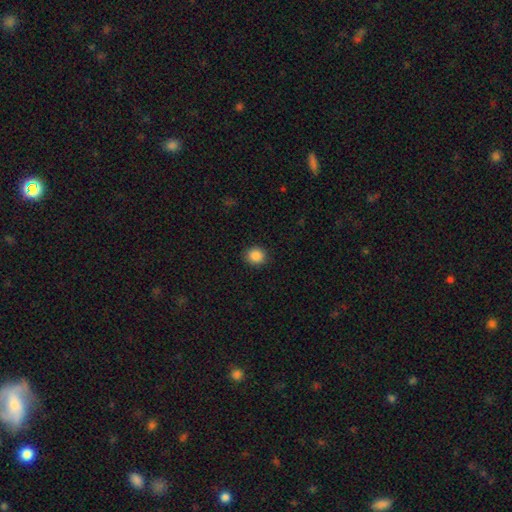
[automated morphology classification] smooth_or_featured: smooth (p=0.87) [alt: star or artifact p=0.10]
how_rounded: round (p=0.88) [alt: in between p=0.11]
merging: none (p=0.91) [alt: minor disturbance p=0.06]